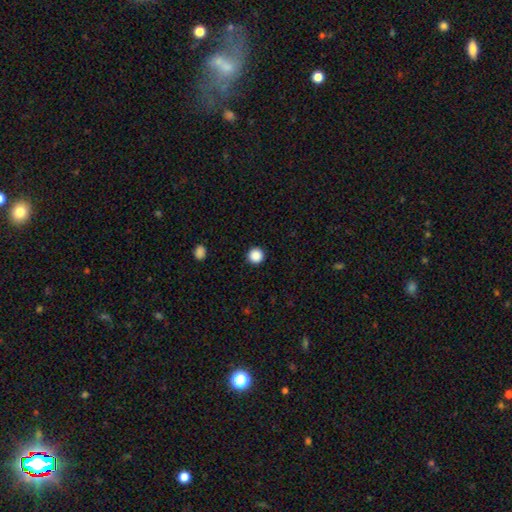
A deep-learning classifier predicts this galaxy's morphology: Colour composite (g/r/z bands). It shows a smooth galaxy with no disk features (88%) that is round (96%). Merging: none (93%).